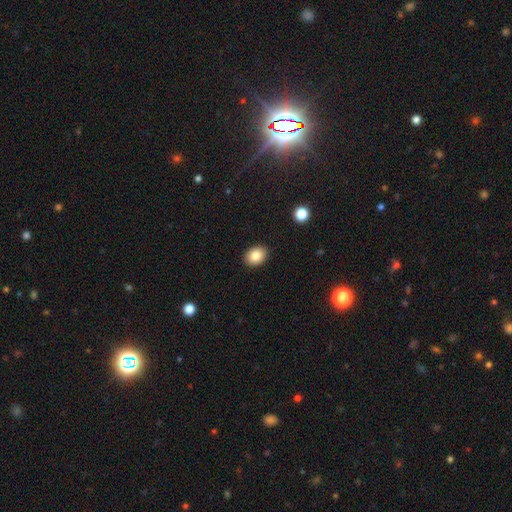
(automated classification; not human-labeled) Q: Smooth or featured?
A: smooth (85%); runner-up: star or artifact (9%)
Q: How rounded?
A: in between (68%); runner-up: round (31%)
Q: Merging?
A: none (90%); runner-up: minor disturbance (7%)